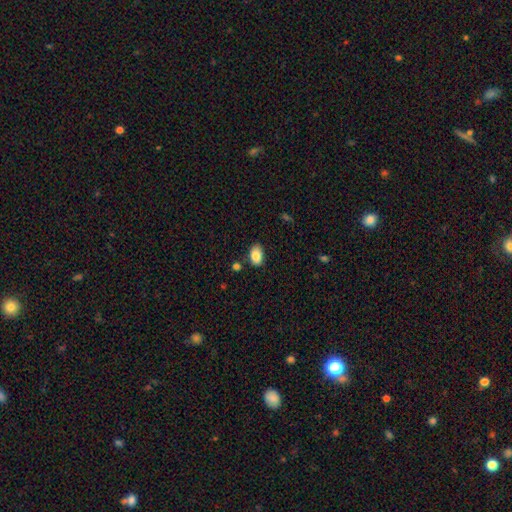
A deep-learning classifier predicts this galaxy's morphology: Smooth or featured? Predicted: smooth (p=0.86). How rounded? Predicted: in between (p=0.88). Merging? Predicted: none (p=0.80).